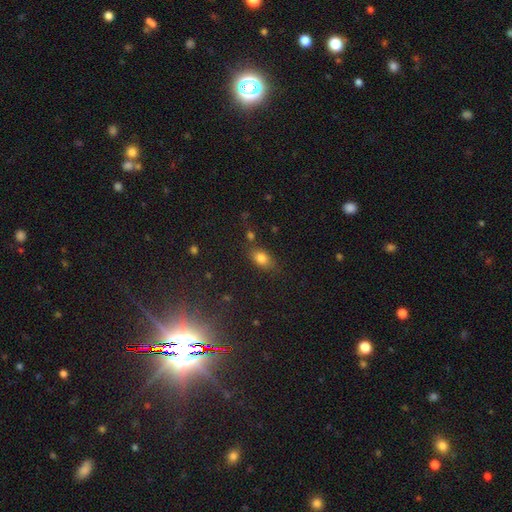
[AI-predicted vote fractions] Smooth or featured? Predicted: star or artifact (p=0.65).